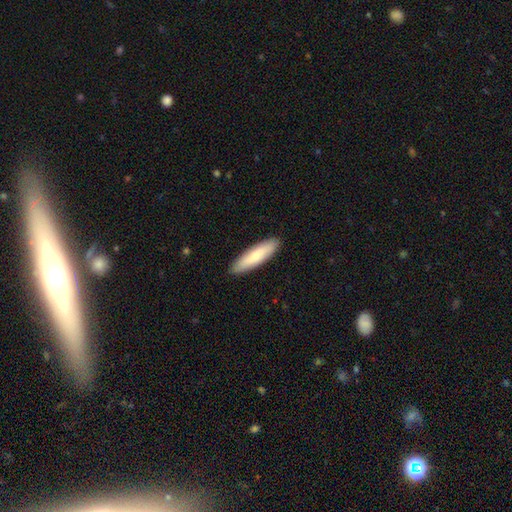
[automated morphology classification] This appears to be a smooth galaxy with no disk features (73%) that is cigar-shaped (69%). Merging: none (90%).